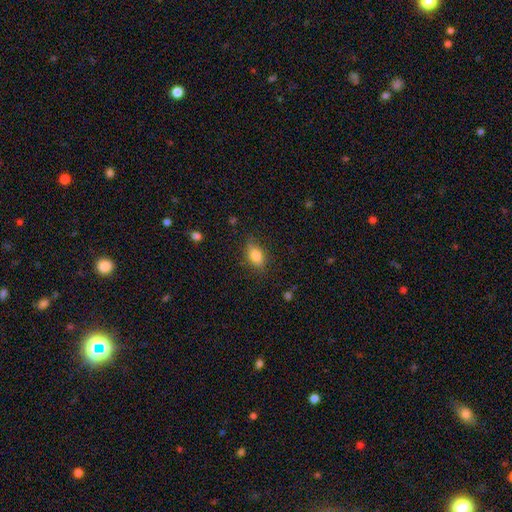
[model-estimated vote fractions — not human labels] smooth-or-featured: smooth: 79% | featured or disk: 12% | star or artifact: 9%
  how-rounded: in between: 83% | round: 12% | cigar-shaped: 5%
  merging: none: 76% | minor disturbance: 19% | major disturbance: 4% | merger: 1%